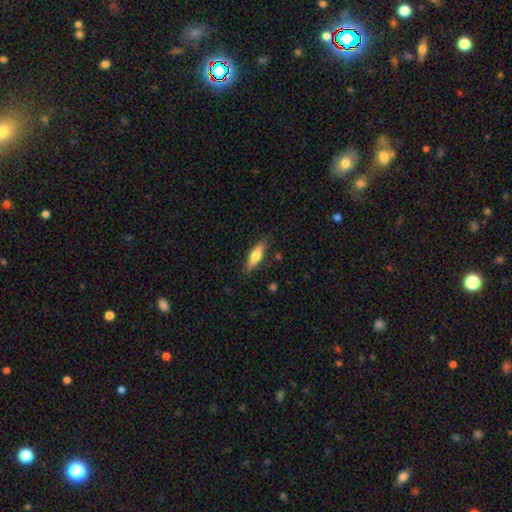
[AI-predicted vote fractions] This appears to be a smooth galaxy with no disk features (64%) that is cigar-shaped (55%). Merging: none (85%).